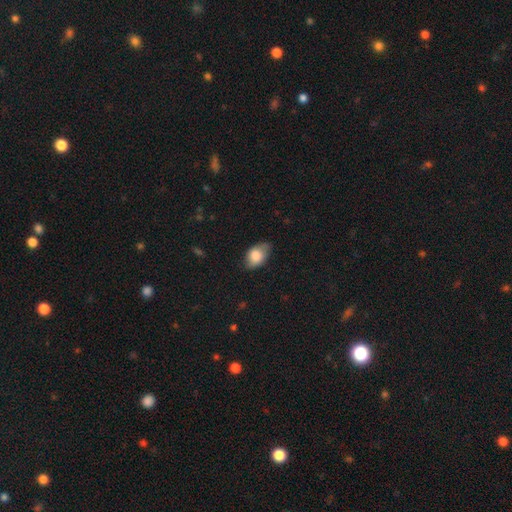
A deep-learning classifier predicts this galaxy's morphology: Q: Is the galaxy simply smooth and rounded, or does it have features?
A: smooth — 78%.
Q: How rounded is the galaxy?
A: in between — 86%.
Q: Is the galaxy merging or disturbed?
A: none — 66%.